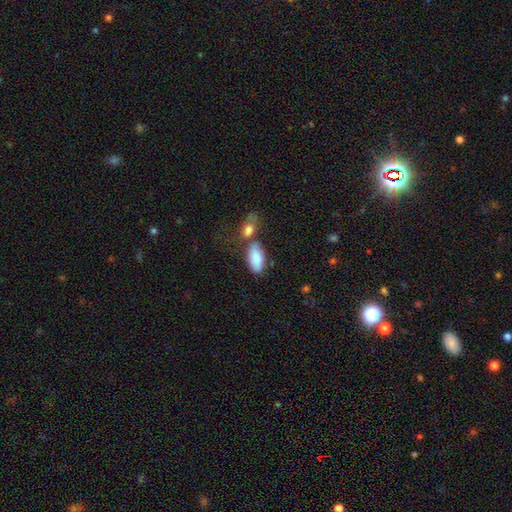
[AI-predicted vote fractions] This appears to be a smooth galaxy with no disk features (84%) that is in between round and cigar-shaped (91%). Merging: none (49%).